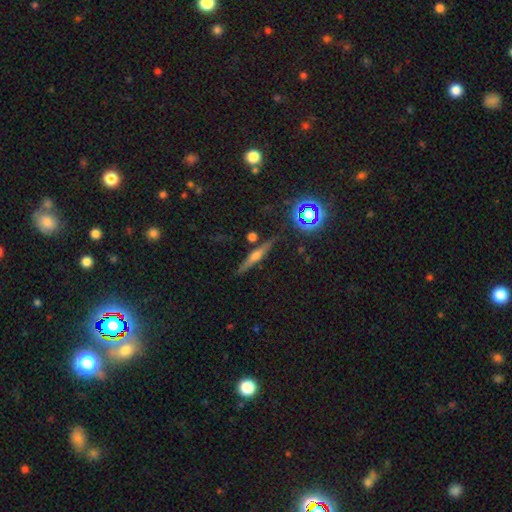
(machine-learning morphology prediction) type=featured or disk (55%); edge-on=yes (94%); edge-on bulge=rounded (84%); merging=none (82%).